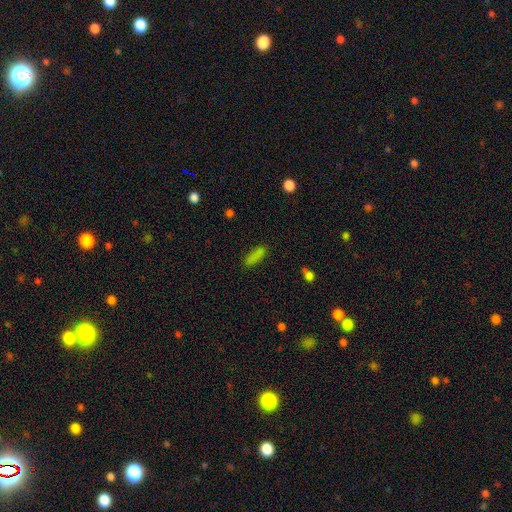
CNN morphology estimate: smooth-or-featured: smooth: 82% | star or artifact: 11% | featured or disk: 6%
  how-rounded: in between: 55% | cigar-shaped: 42% | round: 3%
  merging: none: 80% | minor disturbance: 14% | major disturbance: 4% | merger: 3%